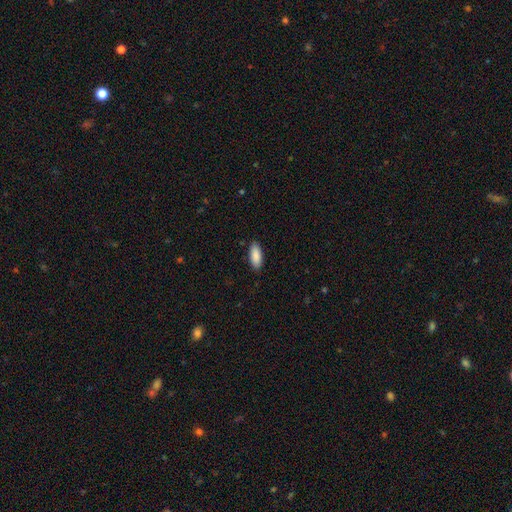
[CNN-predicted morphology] Q: Smooth or featured?
A: smooth (90%); runner-up: star or artifact (6%)
Q: How rounded?
A: in between (83%); runner-up: cigar-shaped (15%)
Q: Merging?
A: none (88%); runner-up: minor disturbance (9%)